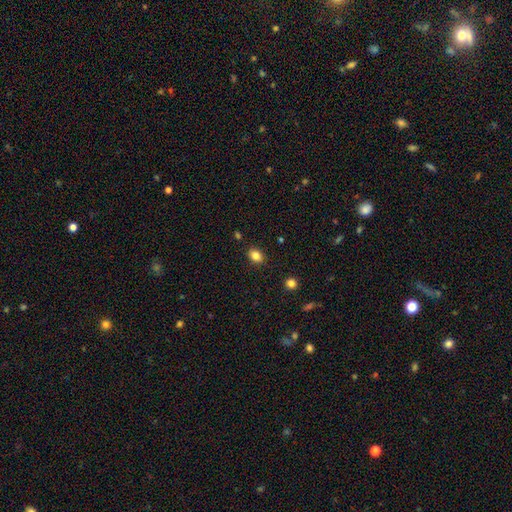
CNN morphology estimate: This appears to be a smooth galaxy with no disk features (84%) that is in between round and cigar-shaped (70%). Merging: none (87%).